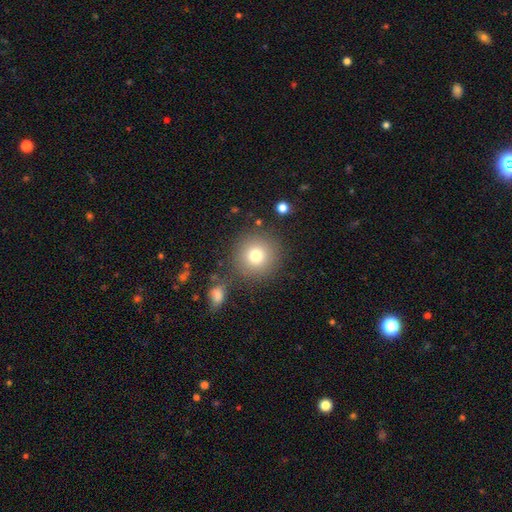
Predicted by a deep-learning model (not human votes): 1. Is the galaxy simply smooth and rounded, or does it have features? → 78% smooth, 12% star or artifact, 11% featured or disk.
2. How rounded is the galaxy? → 94% round, 6% in between, 1% cigar-shaped.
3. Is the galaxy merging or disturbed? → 81% none, 9% minor disturbance, 7% merger, 4% major disturbance.